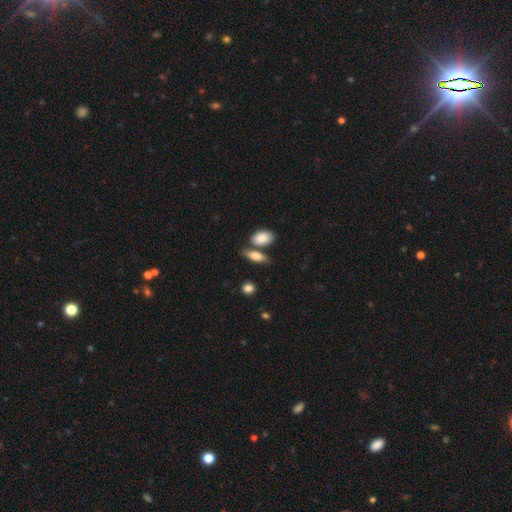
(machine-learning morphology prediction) smooth 81%, featured or disk 13%, star or artifact 6%. Down the decision tree: how rounded — in between (76%); merging — none (62%).